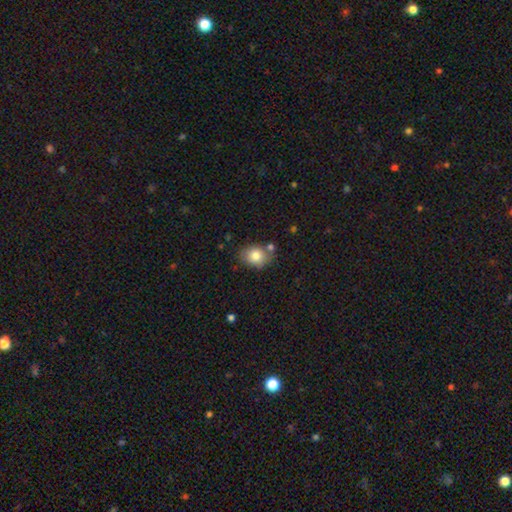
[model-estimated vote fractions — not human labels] The model was most divided on "how rounded": in between: 55%, round: 44%, cigar-shaped: 1%. More confident: smooth or featured — smooth (80%); merging — none (67%).